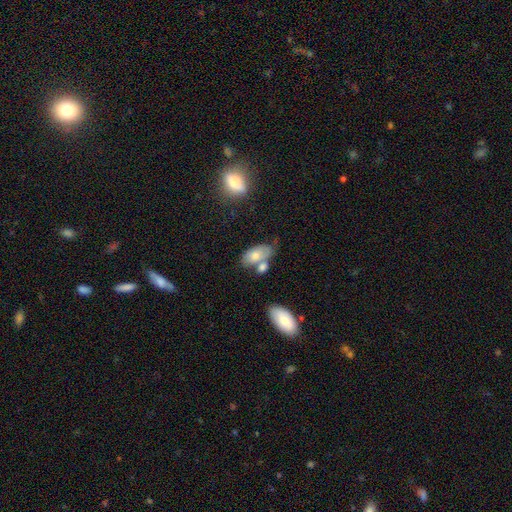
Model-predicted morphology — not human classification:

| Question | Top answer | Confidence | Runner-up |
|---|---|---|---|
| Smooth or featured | smooth | 70% | featured or disk (23%) |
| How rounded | in between | 92% | round (5%) |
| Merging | none | 43% | merger (31%) |